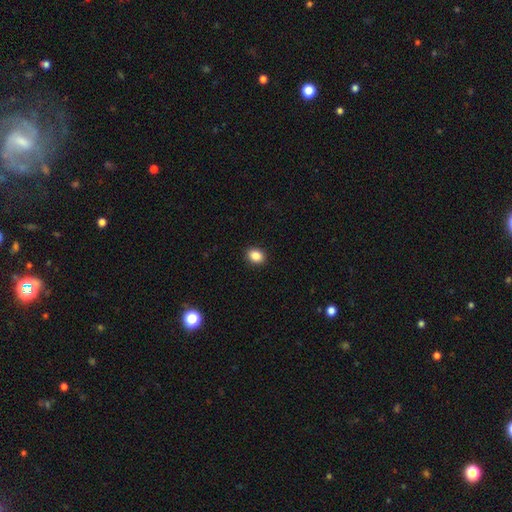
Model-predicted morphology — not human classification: smooth 87%, star or artifact 9%, featured or disk 4%. Down the decision tree: how rounded — in between (56%); merging — none (91%).